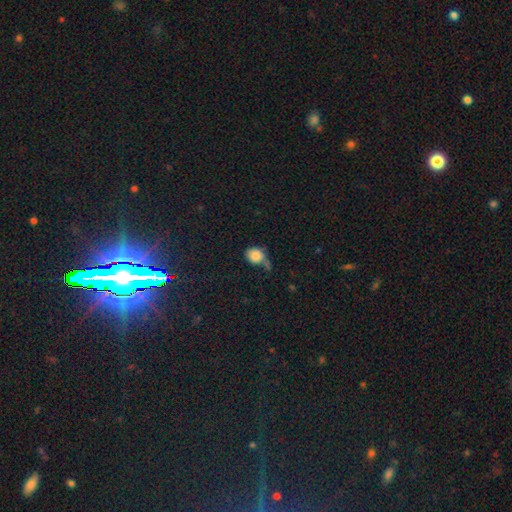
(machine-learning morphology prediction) This is clearly a smooth galaxy (82%). How rounded: likely round (60%). Merging: marginally none (37%).